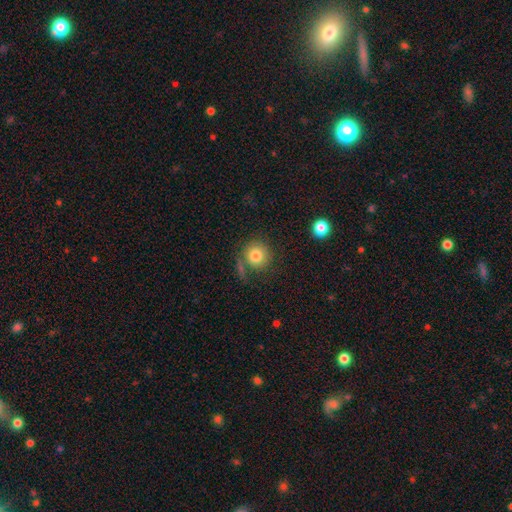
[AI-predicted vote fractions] A smooth galaxy with no disk features (81%) that is round (91%).

Vote fractions:
- Smooth or featured? smooth: 81% / featured or disk: 10% / star or artifact: 9%
- How rounded? round: 91% / in between: 8% / cigar-shaped: 1%
- Merging? none: 66% / minor disturbance: 13% / merger: 12% / major disturbance: 8%